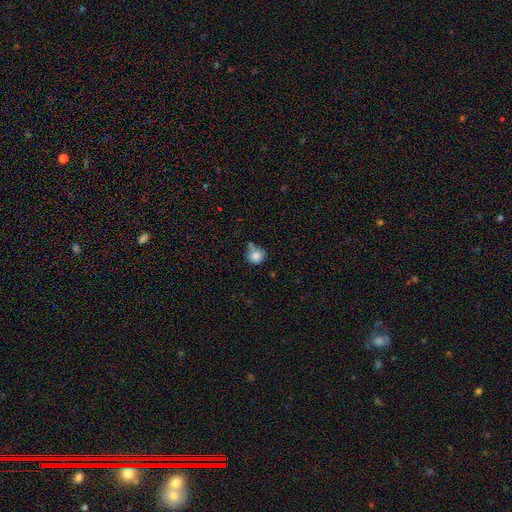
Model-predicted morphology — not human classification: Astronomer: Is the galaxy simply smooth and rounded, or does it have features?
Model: smooth — 83%.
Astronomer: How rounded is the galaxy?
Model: round — 88%.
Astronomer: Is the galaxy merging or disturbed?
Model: none — 56%.